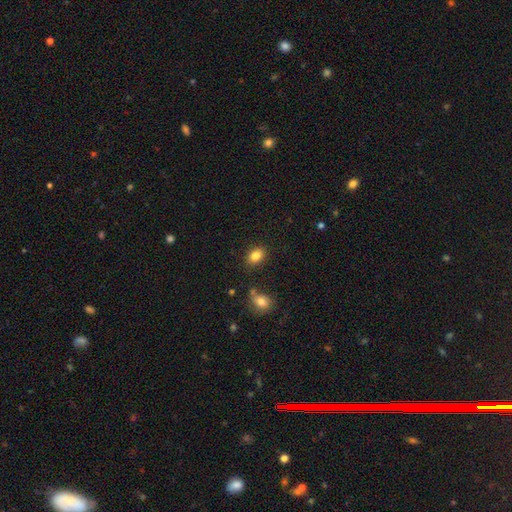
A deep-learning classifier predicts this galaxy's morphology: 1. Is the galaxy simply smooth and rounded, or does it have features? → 84% smooth, 9% star or artifact, 7% featured or disk.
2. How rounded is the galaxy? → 78% in between, 20% round, 1% cigar-shaped.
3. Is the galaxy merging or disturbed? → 82% none, 11% minor disturbance, 4% merger, 3% major disturbance.